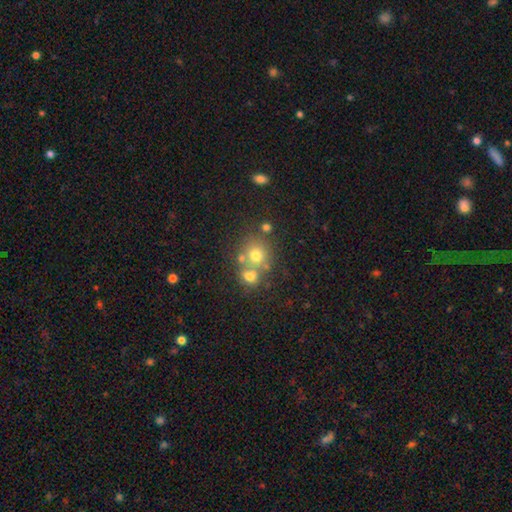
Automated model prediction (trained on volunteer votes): Smooth or featured? smooth (67%)
How rounded? round (82%)
Merging? none (52%)